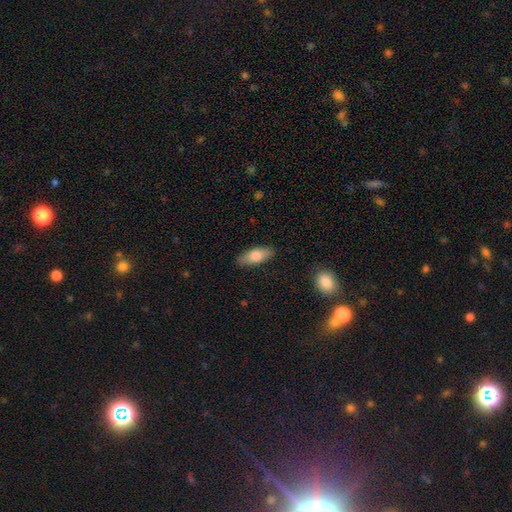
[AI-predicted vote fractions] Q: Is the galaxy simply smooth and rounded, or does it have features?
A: smooth — 78%.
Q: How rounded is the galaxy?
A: in between — 82%.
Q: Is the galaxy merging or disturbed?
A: none — 86%.